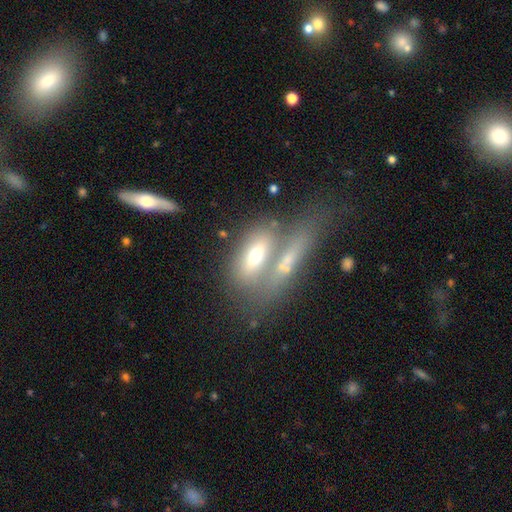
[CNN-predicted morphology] type=smooth (53%); roundness=in between (69%); merging=merger (44%).